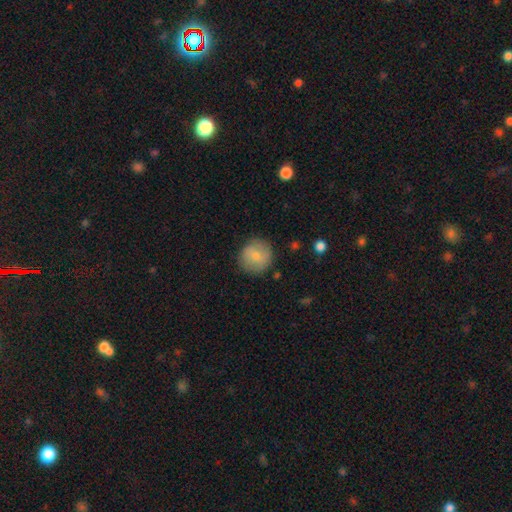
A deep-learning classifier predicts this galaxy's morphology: smooth-or-featured: smooth: 75% | featured or disk: 18% | star or artifact: 7%
  how-rounded: round: 93% | in between: 6% | cigar-shaped: 1%
  merging: none: 85% | minor disturbance: 11% | major disturbance: 3% | merger: 1%